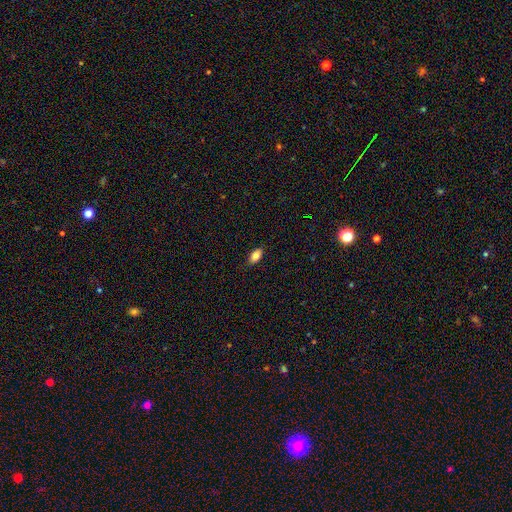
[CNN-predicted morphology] A smooth galaxy with no disk features (82%) that is in between round and cigar-shaped (91%).

Vote fractions:
- Smooth or featured? smooth: 82% / featured or disk: 10% / star or artifact: 8%
- How rounded? in between: 91% / round: 5% / cigar-shaped: 3%
- Merging? none: 87% / minor disturbance: 11% / major disturbance: 2% / merger: 1%